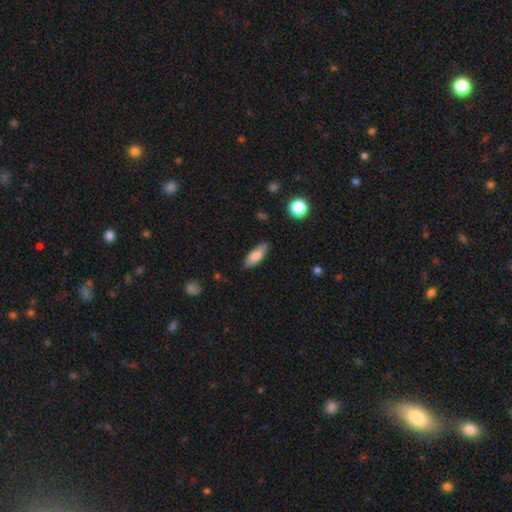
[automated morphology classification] A smooth galaxy with no disk features (79%) that is in between round and cigar-shaped (67%).

Vote fractions:
- Smooth or featured? smooth: 79% / featured or disk: 15% / star or artifact: 7%
- How rounded? in between: 67% / cigar-shaped: 31% / round: 2%
- Merging? none: 85% / minor disturbance: 11% / major disturbance: 2% / merger: 1%